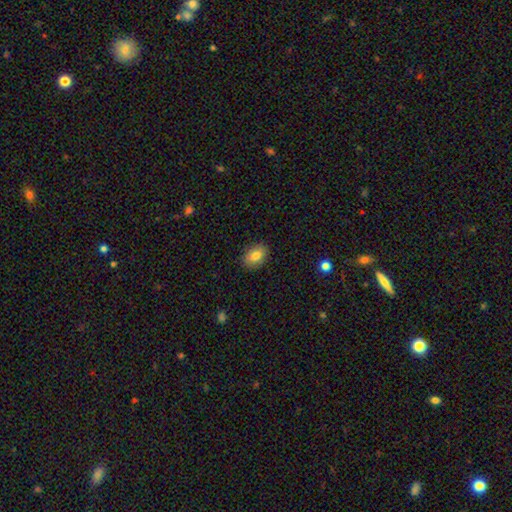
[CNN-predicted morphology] type=smooth (81%); roundness=in between (83%); merging=none (87%).